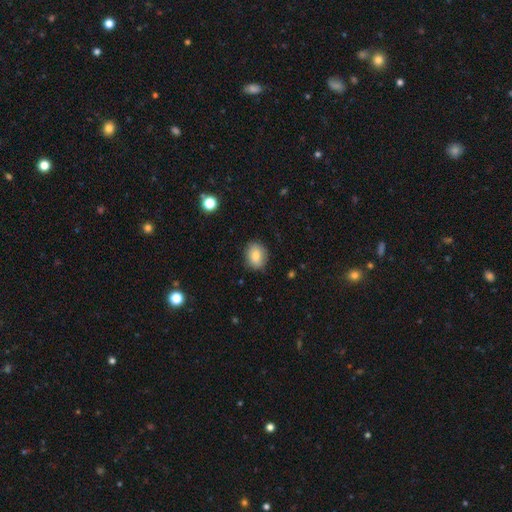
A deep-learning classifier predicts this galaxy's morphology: Smooth or featured? smooth (81%)
How rounded? round (51%)
Merging? none (84%)